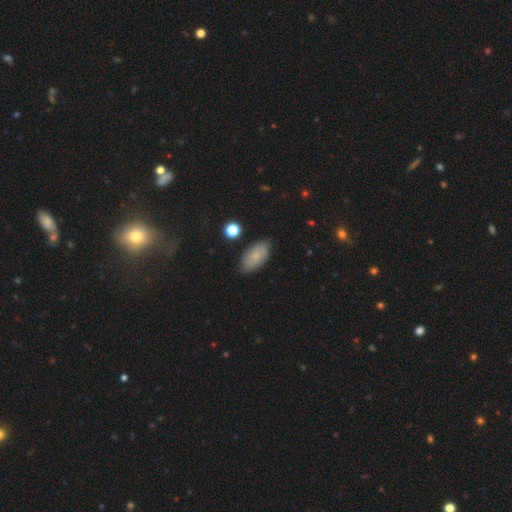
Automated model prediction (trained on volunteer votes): A smooth galaxy with no disk features (73%) that is in between round and cigar-shaped (92%). Merging: none (78%).